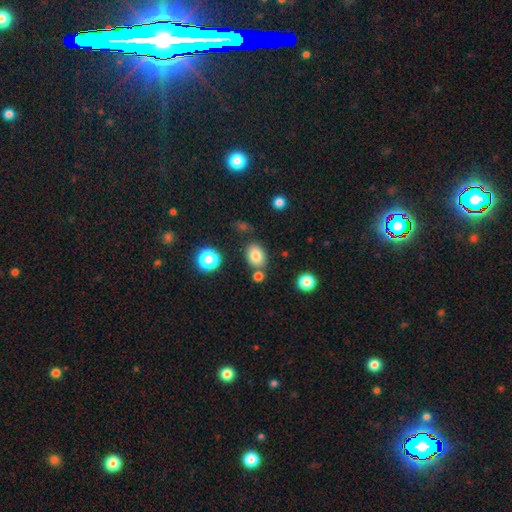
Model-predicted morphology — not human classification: Smooth or featured?
  - smooth: 82% *
  - star or artifact: 10%
  - featured or disk: 8%
How rounded?
  - in between: 66% *
  - round: 33%
  - cigar-shaped: 1%
Merging?
  - none: 75% *
  - minor disturbance: 12%
  - merger: 10%
  - major disturbance: 3%